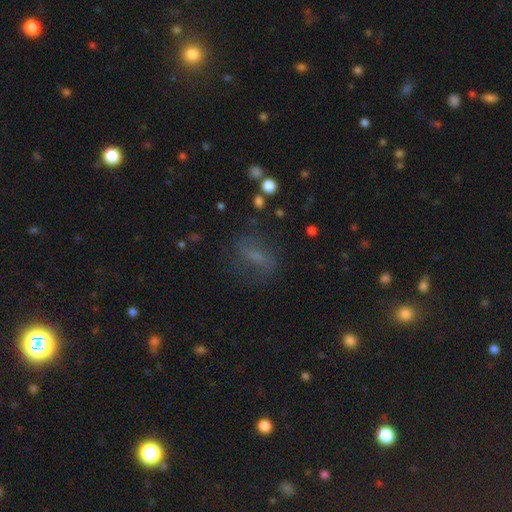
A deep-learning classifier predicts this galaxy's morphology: The model was most divided on "smooth or featured": smooth: 53%, featured or disk: 24%, star or artifact: 23%. More confident: merging — none (68%); how rounded — in between (64%).